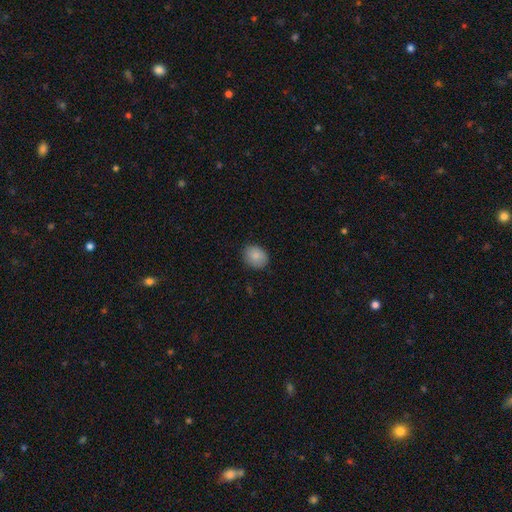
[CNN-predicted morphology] Smooth or featured: smooth — 86% (star or artifact — 8%)
How rounded: round — 55% (in between — 44%)
Merging: none — 84% (minor disturbance — 12%)